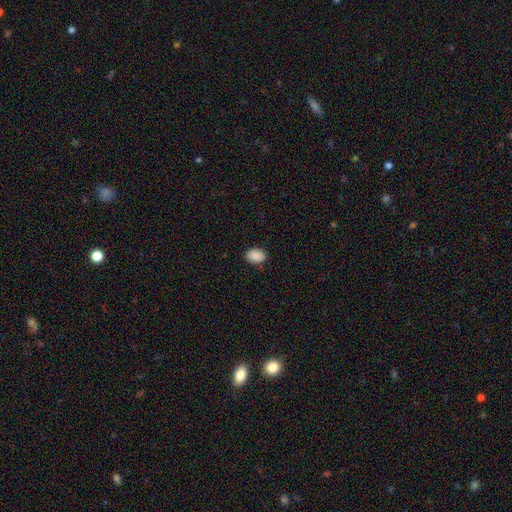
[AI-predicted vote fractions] smooth_or_featured: smooth (p=0.89) [alt: star or artifact p=0.08]
how_rounded: in between (p=0.80) [alt: round p=0.19]
merging: none (p=0.86) [alt: minor disturbance p=0.11]